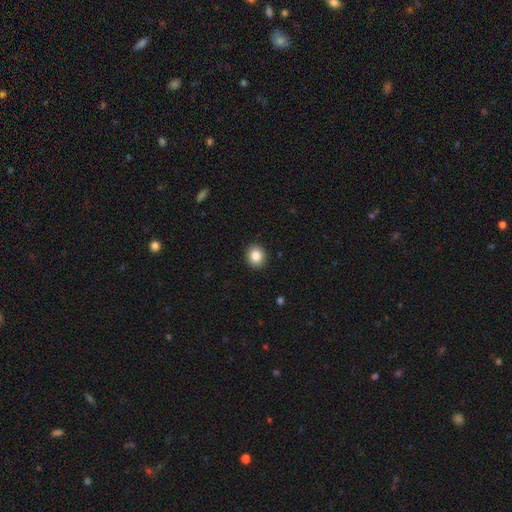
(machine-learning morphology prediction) smooth-or-featured: smooth: 85% | star or artifact: 9% | featured or disk: 6%
  how-rounded: round: 76% | in between: 23% | cigar-shaped: 1%
  merging: none: 92% | minor disturbance: 6% | major disturbance: 2% | merger: 1%